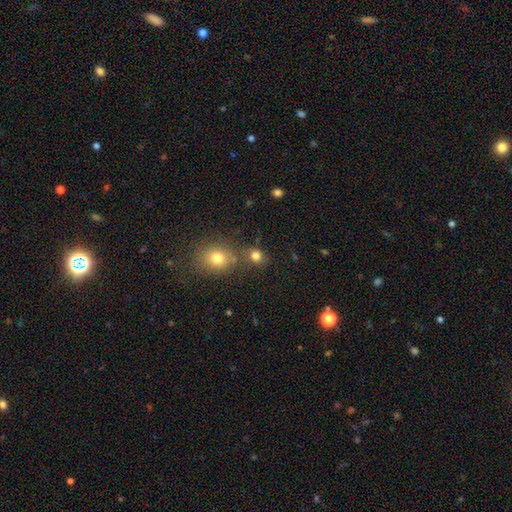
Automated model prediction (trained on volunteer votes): Q: Smooth or featured?
A: smooth (79%); runner-up: star or artifact (15%)
Q: How rounded?
A: round (68%); runner-up: in between (31%)
Q: Merging?
A: none (65%); runner-up: merger (19%)